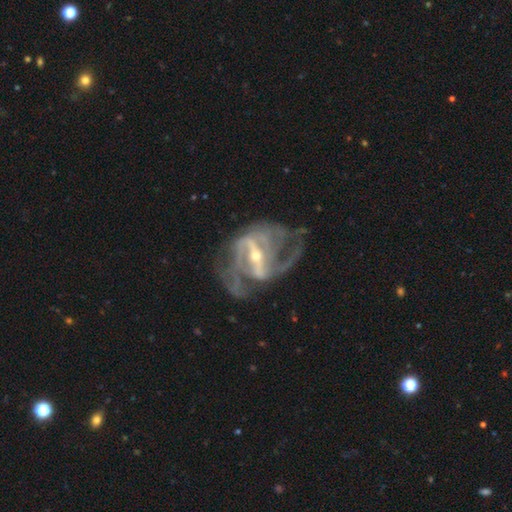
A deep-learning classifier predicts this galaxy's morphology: Smooth or featured: featured or disk — 90% (star or artifact — 6%)
Edge-on disk: no — 96% (yes — 4%)
Bar: strong — 73% (weak — 20%)
Spiral arms: yes — 92% (no — 8%)
Spiral winding: medium — 49% (loose — 28%)
Spiral arm count: 2 — 55% (can't tell — 16%)
Bulge size: small — 60% (moderate — 36%)
Merging: none — 49% (major disturbance — 28%)